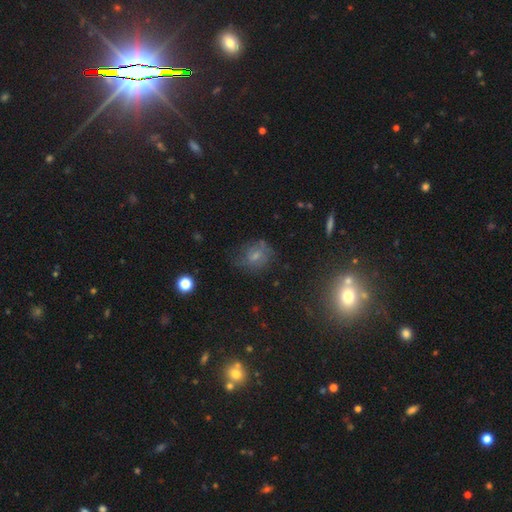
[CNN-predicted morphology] Smooth or featured? smooth (49%)
Merging? none (57%)